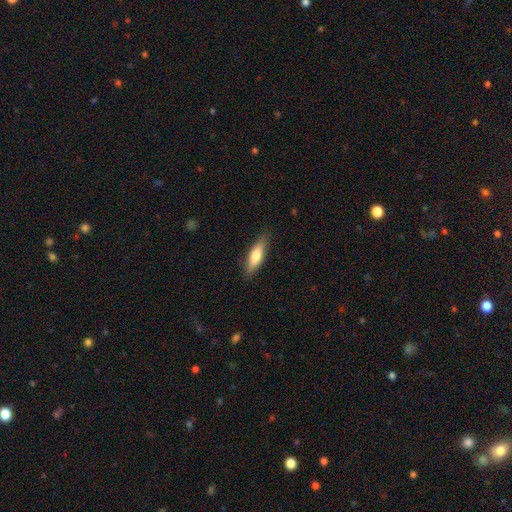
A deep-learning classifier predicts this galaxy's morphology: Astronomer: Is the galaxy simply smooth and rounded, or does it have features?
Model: smooth — 71%.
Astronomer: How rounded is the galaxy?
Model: cigar-shaped — 55% (runner-up: in between, 43%).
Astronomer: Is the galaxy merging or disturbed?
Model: none — 85%.